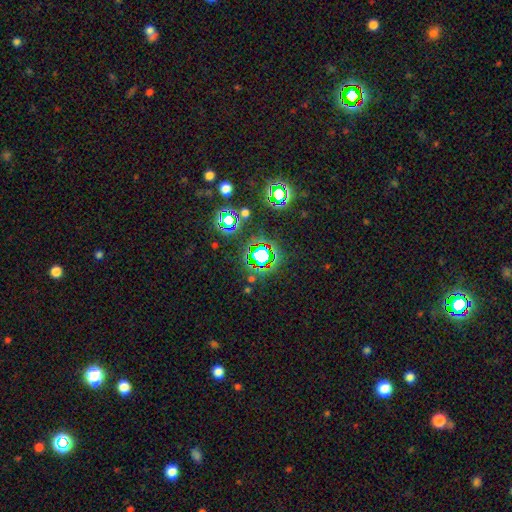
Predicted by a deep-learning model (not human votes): Smooth or featured: star or artifact — 68% (smooth — 21%)